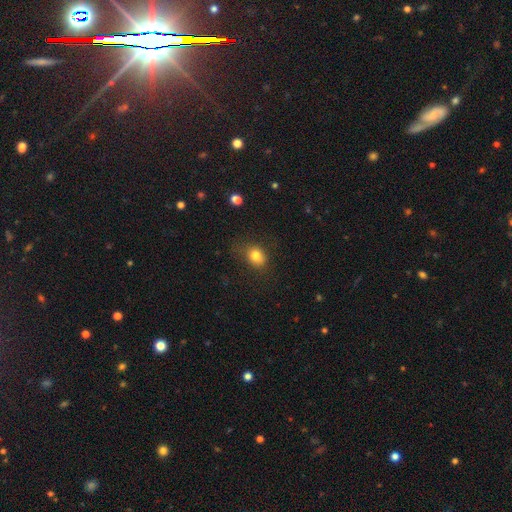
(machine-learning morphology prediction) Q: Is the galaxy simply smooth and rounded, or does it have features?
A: smooth — 81%.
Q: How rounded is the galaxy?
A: in between — 52%.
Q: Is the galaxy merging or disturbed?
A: none — 71%.